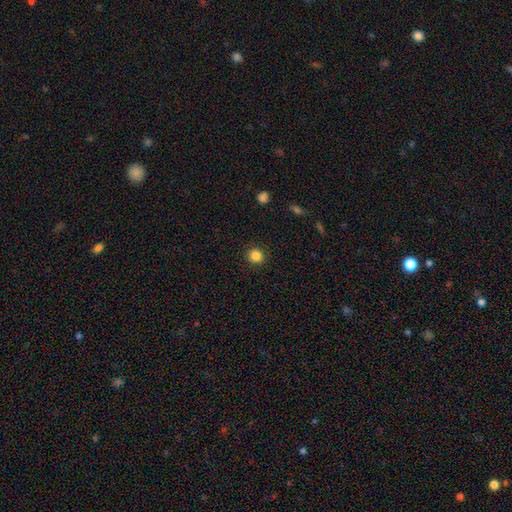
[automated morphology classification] Overall: smooth (85%). How rounded: round (92%). Merging: none (92%).